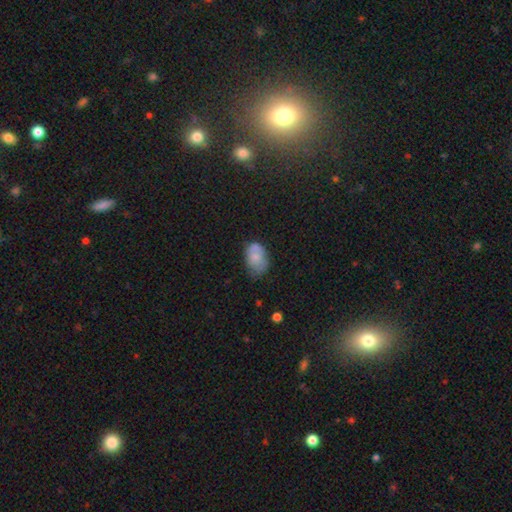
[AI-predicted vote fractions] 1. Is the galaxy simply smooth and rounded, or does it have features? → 73% smooth, 18% featured or disk, 9% star or artifact.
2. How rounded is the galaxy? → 85% in between, 14% round, 1% cigar-shaped.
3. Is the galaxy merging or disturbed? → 43% none, 38% minor disturbance, 13% major disturbance, 6% merger.